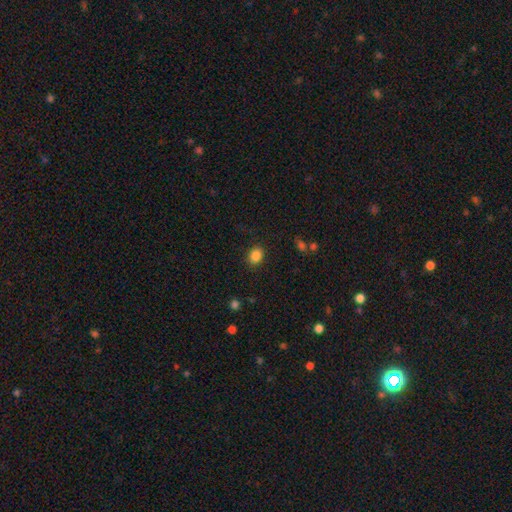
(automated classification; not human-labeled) Q: Smooth or featured?
A: smooth (86%); runner-up: star or artifact (10%)
Q: How rounded?
A: round (54%); runner-up: in between (45%)
Q: Merging?
A: none (87%); runner-up: minor disturbance (9%)